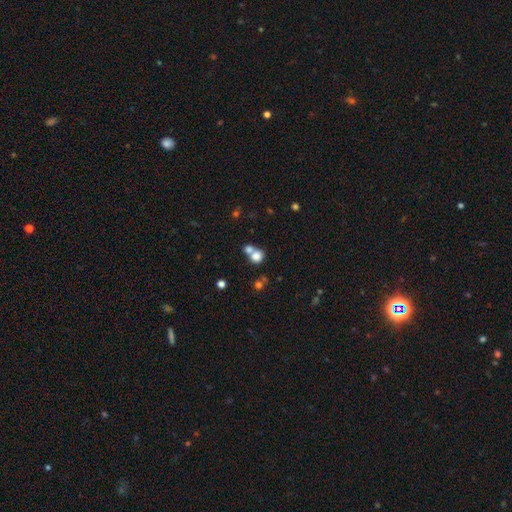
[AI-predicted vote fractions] A smooth galaxy with no disk features (77%) that is round (76%). Merging: merger (54%).